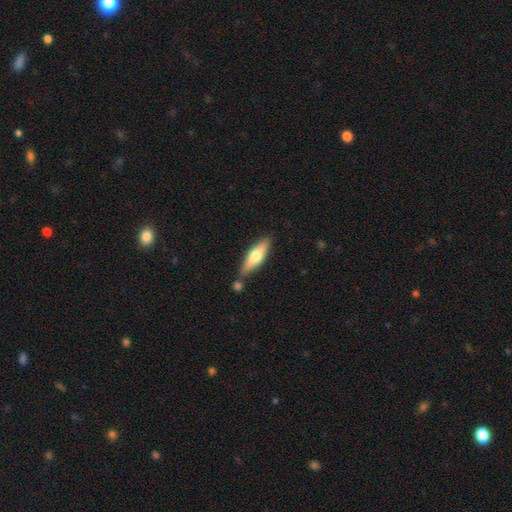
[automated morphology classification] This appears to be a smooth galaxy with no disk features (60%) that is cigar-shaped (54%). Merging: none (70%).